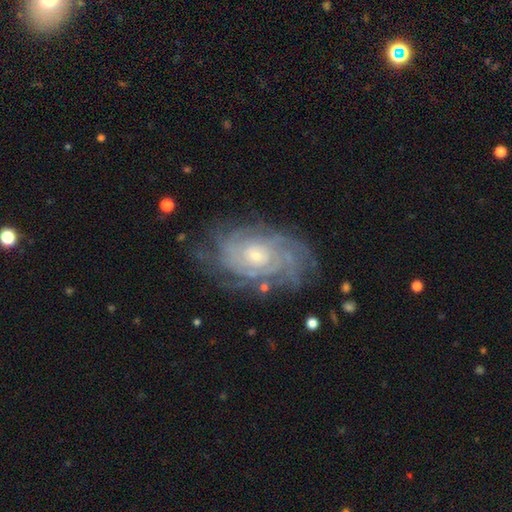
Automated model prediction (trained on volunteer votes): A featured or disk galaxy (85%) with no bar (76%), tight (77%) spiral arms (96%) and a small central bulge (58%). Merging: none (76%).